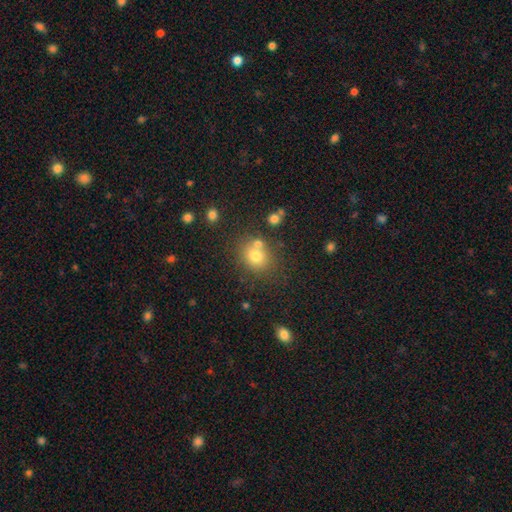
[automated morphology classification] Smooth or featured? Predicted: smooth (p=0.73). How rounded? Predicted: round (p=0.73). Merging? Predicted: none (p=0.66).